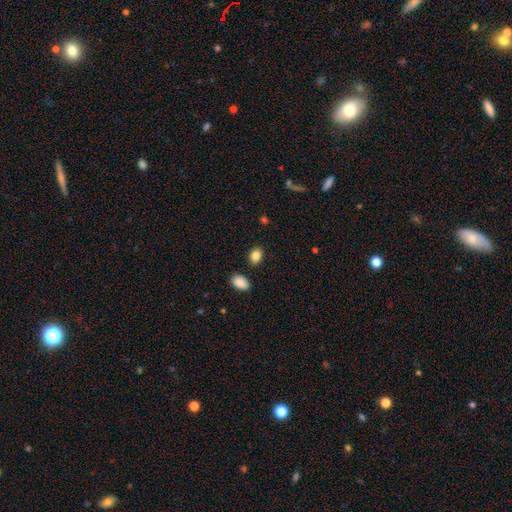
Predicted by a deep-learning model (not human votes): Smooth or featured: smooth — 87% (star or artifact — 9%)
How rounded: in between — 74% (round — 25%)
Merging: none — 85% (minor disturbance — 9%)